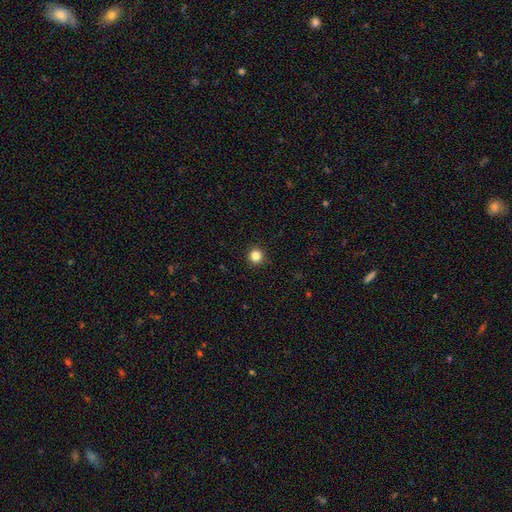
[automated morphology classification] The model was most divided on "smooth or featured": smooth: 84%, star or artifact: 12%, featured or disk: 4%. More confident: how rounded — round (95%); merging — none (93%).